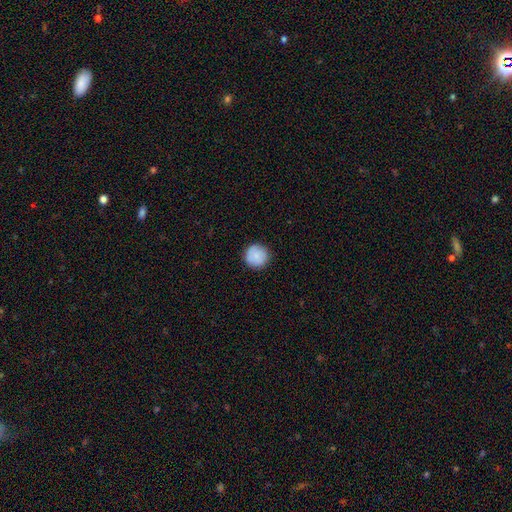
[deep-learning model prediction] Q: Smooth or featured?
A: smooth (85%); runner-up: featured or disk (8%)
Q: How rounded?
A: round (96%); runner-up: in between (3%)
Q: Merging?
A: none (90%); runner-up: minor disturbance (7%)